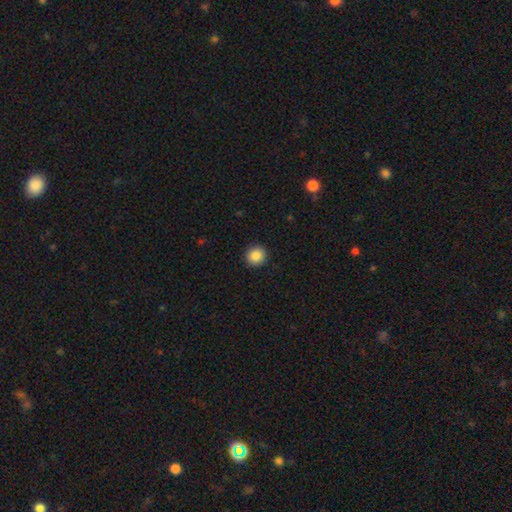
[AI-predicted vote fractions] Morphology: type=smooth (87%); roundness=round (93%); merging=none (92%).